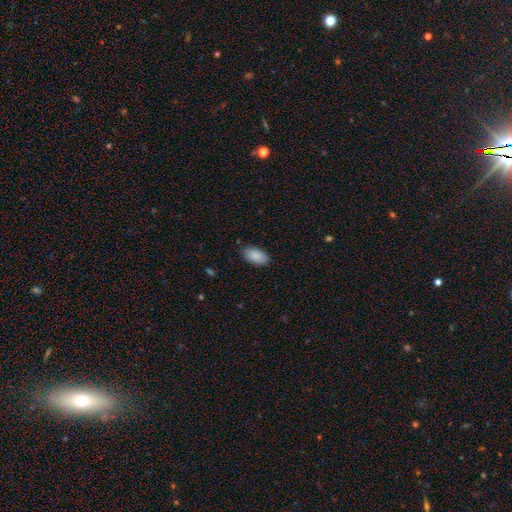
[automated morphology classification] Smooth or featured? Predicted: smooth (p=0.89). How rounded? Predicted: in between (p=0.94). Merging? Predicted: none (p=0.85).